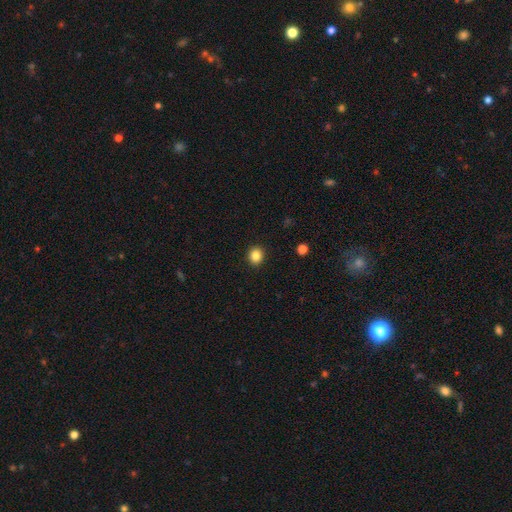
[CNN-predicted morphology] A smooth galaxy with no disk features (86%) that is round (81%). Merging: none (92%).